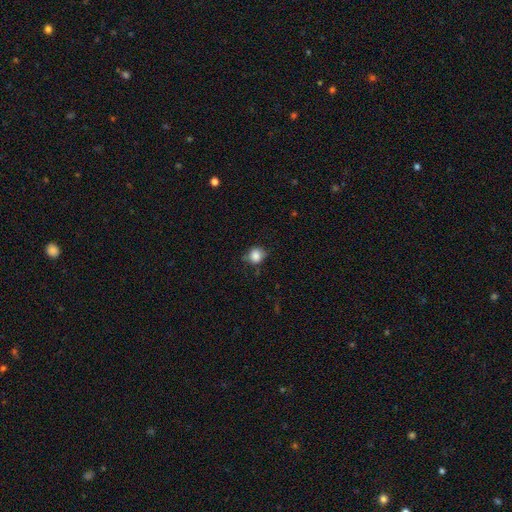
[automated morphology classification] This is clearly a smooth galaxy (84%). How rounded: likely round (76%). Merging: likely none (68%).